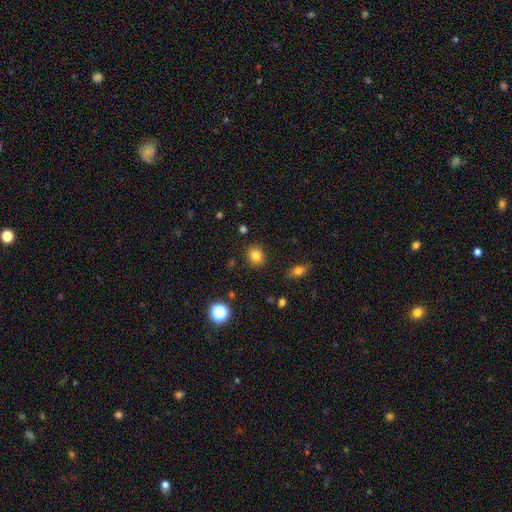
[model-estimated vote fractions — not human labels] A smooth galaxy with no disk features (82%) that is round (74%).

Vote fractions:
- Smooth or featured? smooth: 82% / star or artifact: 11% / featured or disk: 7%
- How rounded? round: 74% / in between: 25% / cigar-shaped: 1%
- Merging? none: 89% / minor disturbance: 7% / major disturbance: 2% / merger: 2%